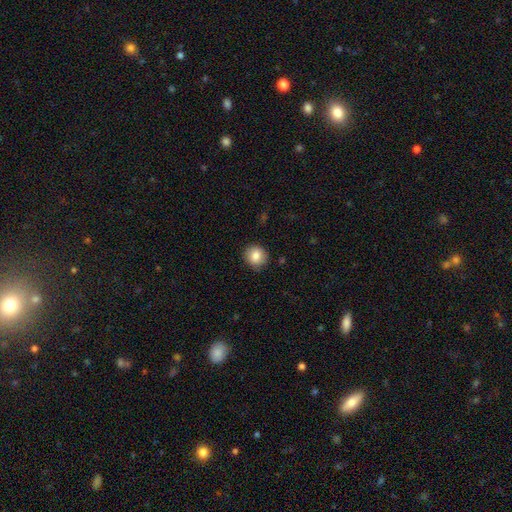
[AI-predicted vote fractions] Overall: smooth (84%). How rounded: round (87%). Merging: none (87%).